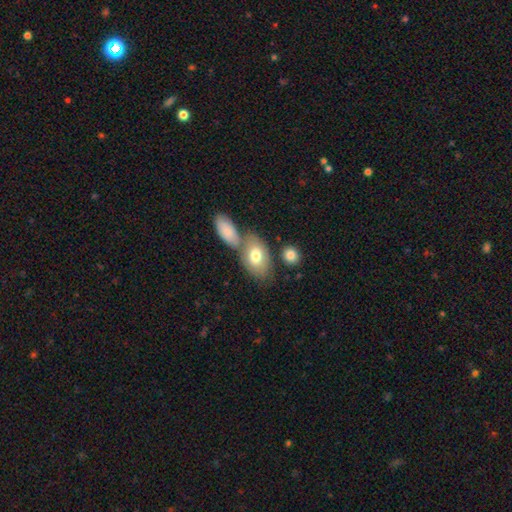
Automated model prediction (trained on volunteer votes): smooth_or_featured: smooth (p=0.72) [alt: featured or disk p=0.21]
how_rounded: in between (p=0.89) [alt: round p=0.09]
merging: none (p=0.48) [alt: merger p=0.33]